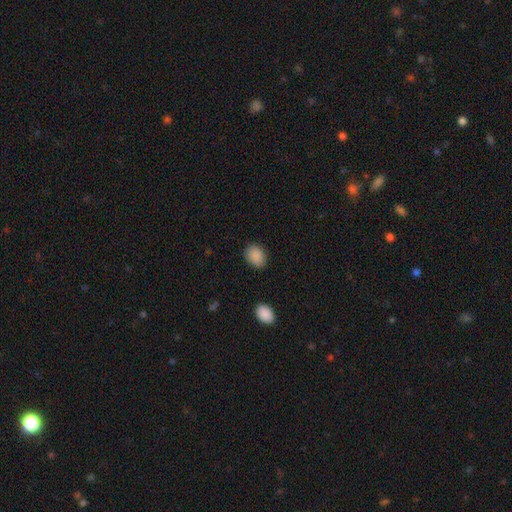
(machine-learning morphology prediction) This appears to be a smooth galaxy with no disk features (89%) that is in between round and cigar-shaped (62%). Merging: none (85%).